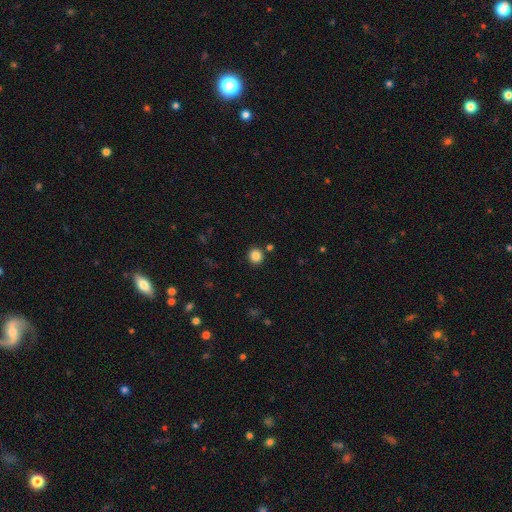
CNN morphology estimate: Smooth or featured: smooth — 85% (star or artifact — 11%)
How rounded: round — 90% (in between — 9%)
Merging: none — 88% (minor disturbance — 6%)